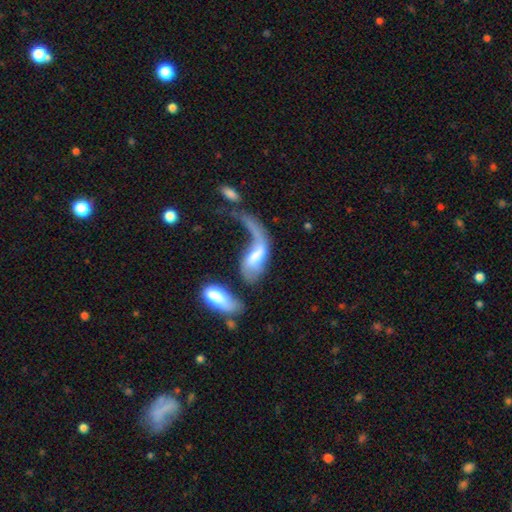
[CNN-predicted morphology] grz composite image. It shows a featured or disk galaxy (54%). Merging: major disturbance (41%).